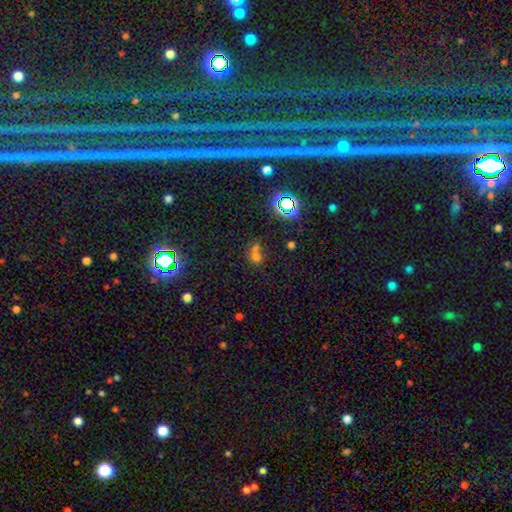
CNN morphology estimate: This is possibly a smooth galaxy (52%). How rounded: likely round (69%). Merging: possibly merger (50%).